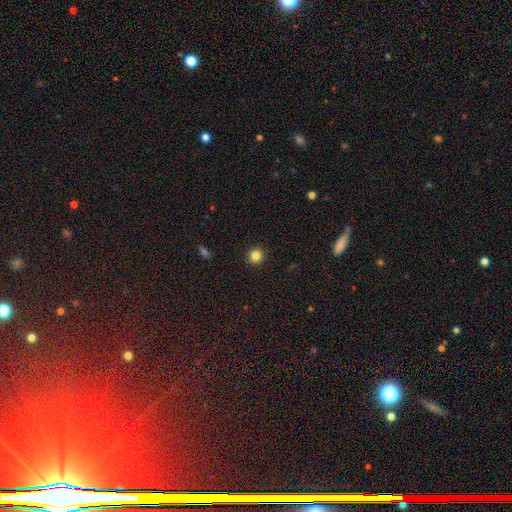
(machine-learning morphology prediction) Smooth or featured: smooth — 84% (star or artifact — 11%)
How rounded: round — 94% (in between — 5%)
Merging: none — 93% (minor disturbance — 4%)